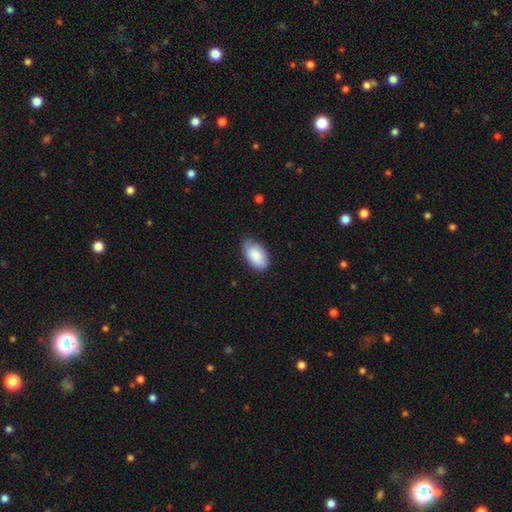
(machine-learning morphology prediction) This appears to be a smooth galaxy with no disk features (85%) that is in between round and cigar-shaped (94%). Merging: none (69%).